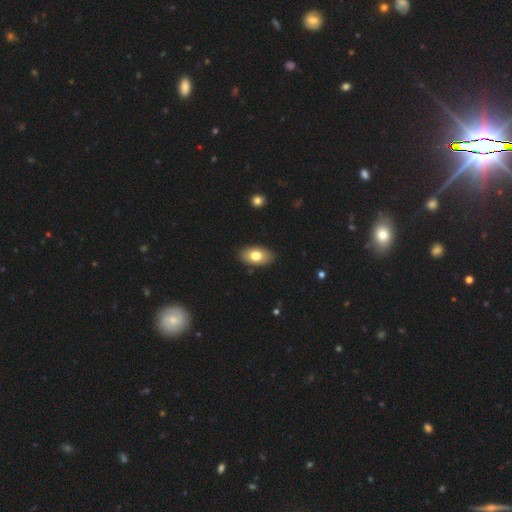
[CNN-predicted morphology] Smooth or featured? Predicted: smooth (p=0.76). How rounded? Predicted: in between (p=0.93). Merging? Predicted: none (p=0.88).